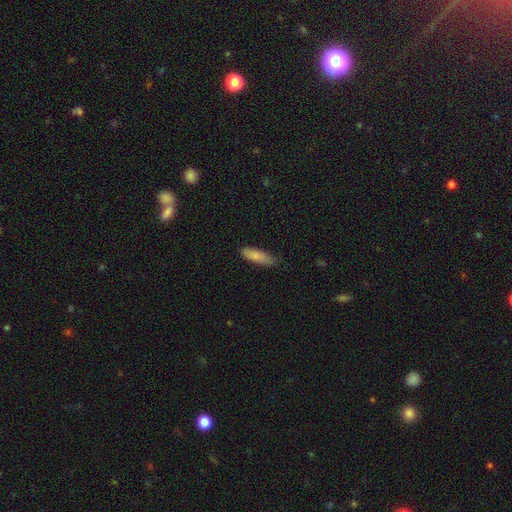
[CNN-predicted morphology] smooth_or_featured: smooth (p=0.83) [alt: featured or disk p=0.10]
how_rounded: cigar-shaped (p=0.49) [tied with: in between p=0.49]
merging: none (p=0.67) [alt: minor disturbance p=0.27]